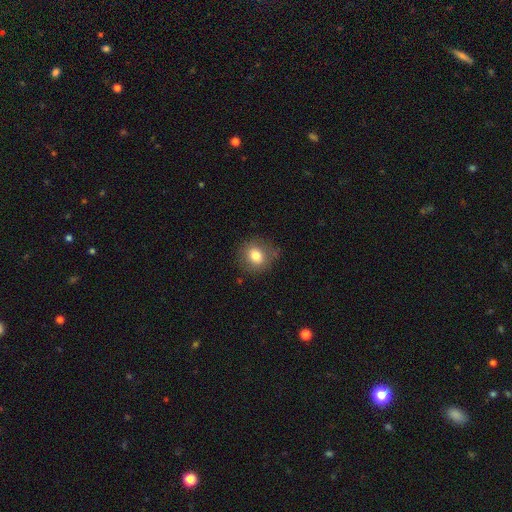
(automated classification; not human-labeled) Smooth or featured? smooth (79%)
How rounded? round (75%)
Merging? none (81%)